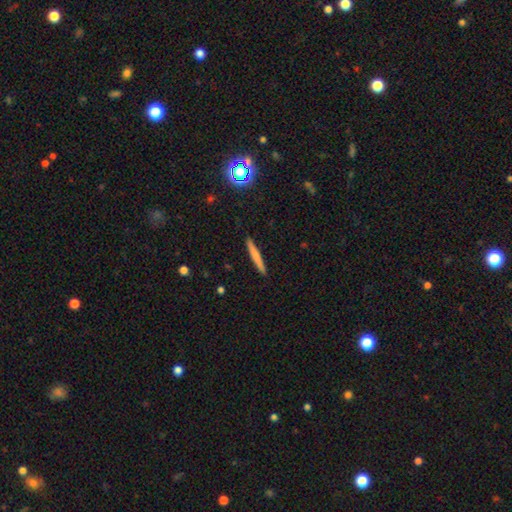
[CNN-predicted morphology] Overall: smooth (64%; featured or disk 30%). How rounded: cigar-shaped (96%). Merging: none (91%).